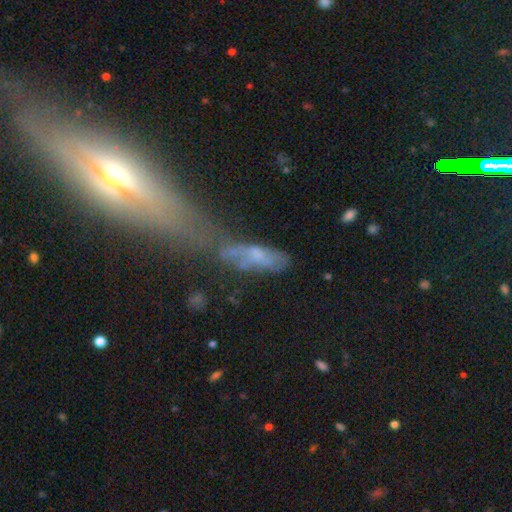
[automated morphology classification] This is possibly a smooth galaxy (46%). Merging: marginally merger (33%).